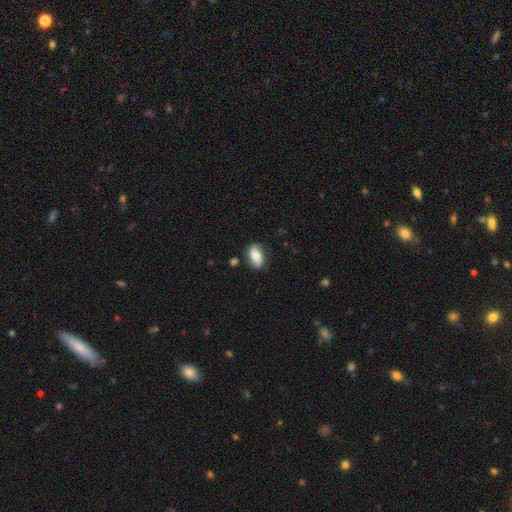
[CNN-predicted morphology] Smooth or featured: smooth — 57% (featured or disk — 36%)
How rounded: in between — 88% (round — 7%)
Merging: none — 76% (minor disturbance — 17%)